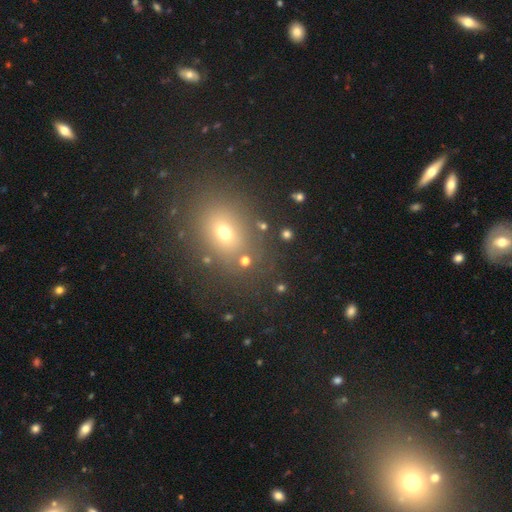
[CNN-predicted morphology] Smooth or featured? Predicted: smooth (p=0.59). How rounded? Predicted: in between (p=0.54). Merging? Predicted: none (p=0.81).